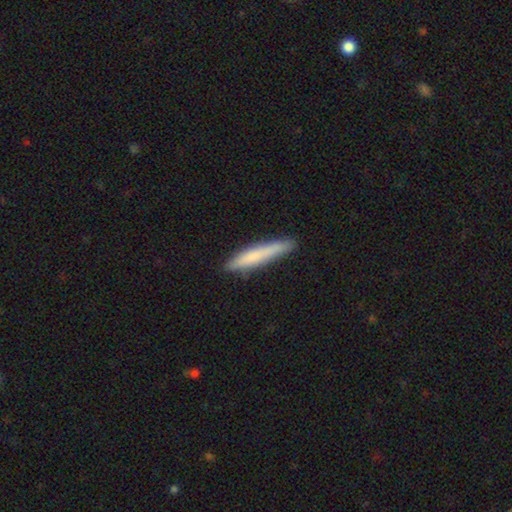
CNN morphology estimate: smooth-or-featured: smooth: 73% | featured or disk: 21% | star or artifact: 6%
  how-rounded: cigar-shaped: 93% | in between: 5% | round: 1%
  merging: none: 86% | minor disturbance: 11% | major disturbance: 2% | merger: 1%